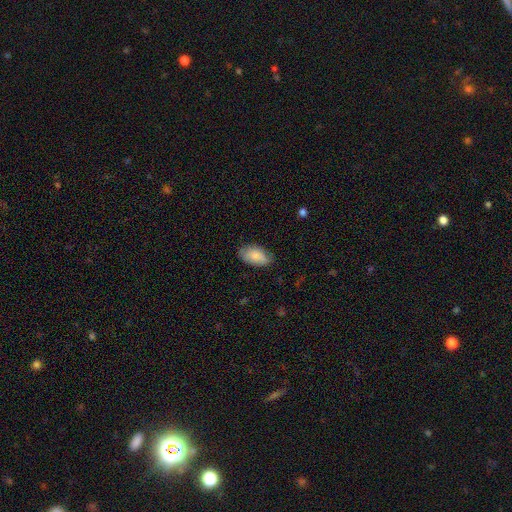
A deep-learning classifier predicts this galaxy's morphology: Overall: smooth (80%). How rounded: in between (94%). Merging: none (70%).